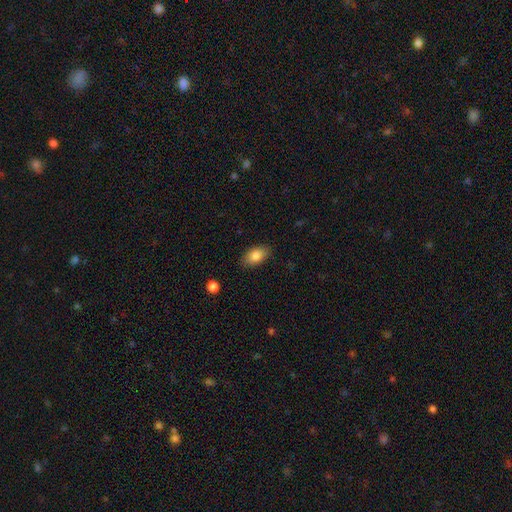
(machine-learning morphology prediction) A smooth galaxy with no disk features (84%) that is in between round and cigar-shaped (90%). Merging: none (84%).